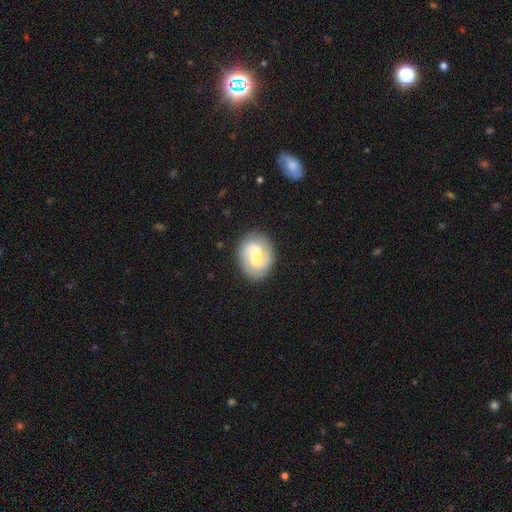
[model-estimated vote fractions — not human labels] A featured or disk galaxy (80%) with a weak bar (55%), 2 (89%) medium (49%) spiral arms (94%) and a moderate central bulge (56%).

Vote fractions:
- Smooth or featured? featured or disk: 80% / smooth: 15% / star or artifact: 5%
- Edge-on disk? no: 98% / yes: 2%
- Bar? weak: 55% / strong: 27% / no: 17%
- Spiral arms? yes: 94% / no: 6%
- Spiral winding? medium: 49% / tight: 32% / loose: 19%
- Spiral arm count? 2: 89% / can't tell: 4% / 1: 3% / 3: 2% / 4: 1% / more than 4: 1%
- Bulge size? moderate: 56% / small: 21% / large: 17% / none: 4% / dominant: 2%
- Merging? none: 85% / minor disturbance: 10% / major disturbance: 4% / merger: 1%